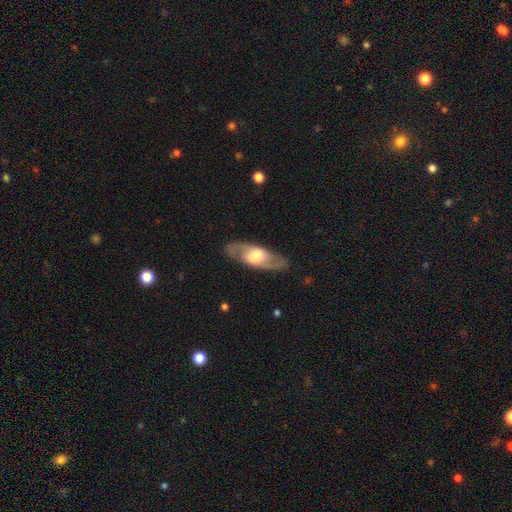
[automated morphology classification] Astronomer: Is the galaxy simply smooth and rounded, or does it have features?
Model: featured or disk — 66%.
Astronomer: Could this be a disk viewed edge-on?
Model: no — 79%.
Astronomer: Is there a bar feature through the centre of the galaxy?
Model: no — 50% (runner-up: weak, 35%).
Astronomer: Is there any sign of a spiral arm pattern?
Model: yes — 71%.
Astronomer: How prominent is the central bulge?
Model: large — 43% (runner-up: moderate, 40%).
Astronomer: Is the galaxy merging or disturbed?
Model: none — 84%.